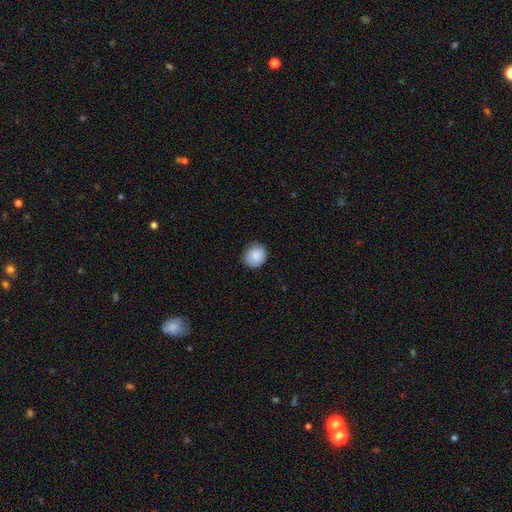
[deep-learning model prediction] Q: Smooth or featured?
A: smooth (87%); runner-up: star or artifact (8%)
Q: How rounded?
A: round (84%); runner-up: in between (15%)
Q: Merging?
A: none (86%); runner-up: minor disturbance (11%)